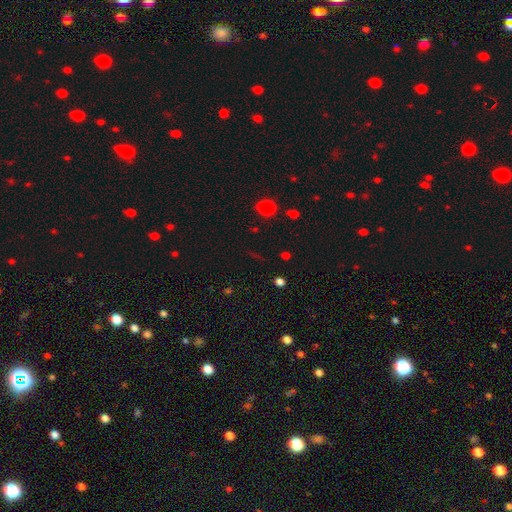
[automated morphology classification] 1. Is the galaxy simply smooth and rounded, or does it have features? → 53% star or artifact, 36% smooth, 11% featured or disk.